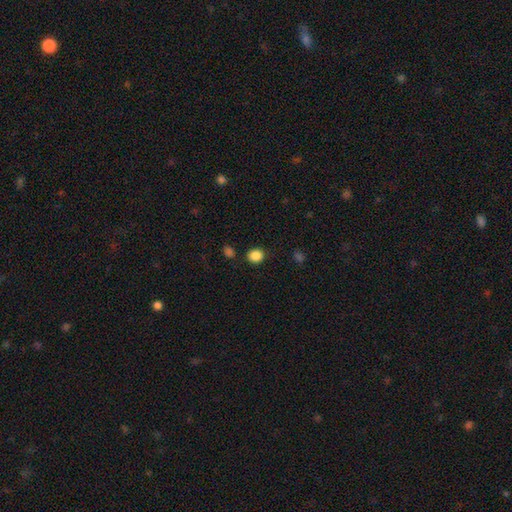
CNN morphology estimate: smooth_or_featured: smooth (p=0.87) [alt: star or artifact p=0.10]
how_rounded: round (p=0.77) [alt: in between p=0.22]
merging: none (p=0.86) [alt: minor disturbance p=0.08]